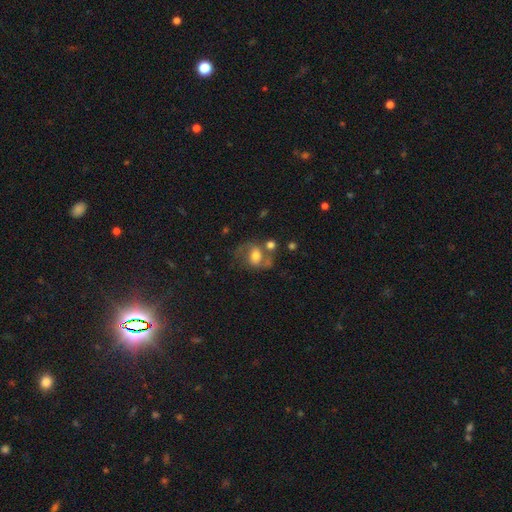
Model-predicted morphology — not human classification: This appears to be a smooth galaxy with no disk features (46%). Merging: none (46%).